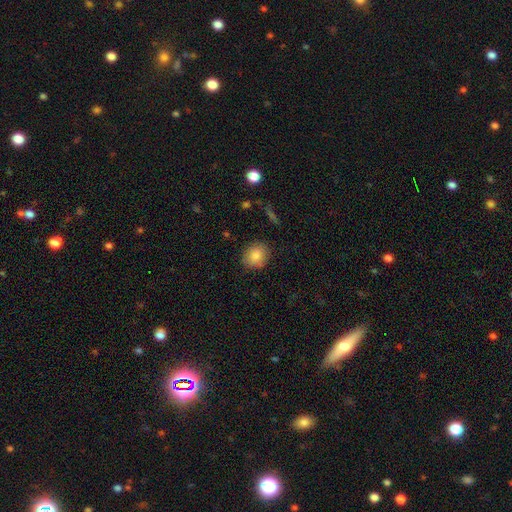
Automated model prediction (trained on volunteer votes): The model was most divided on "how rounded": round: 65%, in between: 34%, cigar-shaped: 1%. More confident: merging — none (86%); smooth or featured — smooth (85%).